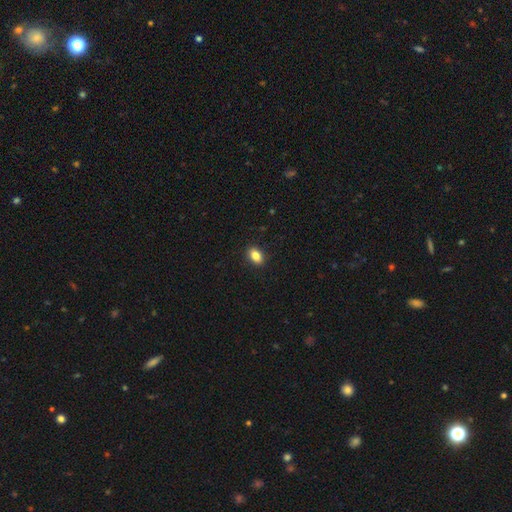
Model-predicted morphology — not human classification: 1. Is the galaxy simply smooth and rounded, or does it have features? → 84% smooth, 9% star or artifact, 7% featured or disk.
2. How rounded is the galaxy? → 85% in between, 13% round, 2% cigar-shaped.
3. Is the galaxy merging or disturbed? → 90% none, 8% minor disturbance, 2% major disturbance, 1% merger.